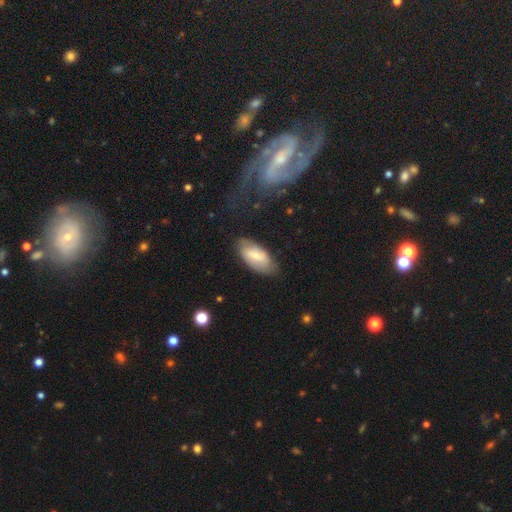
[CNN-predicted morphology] The model was most divided on "smooth or featured": smooth: 59%, featured or disk: 34%, star or artifact: 6%. More confident: how rounded — in between (91%); merging — none (77%).